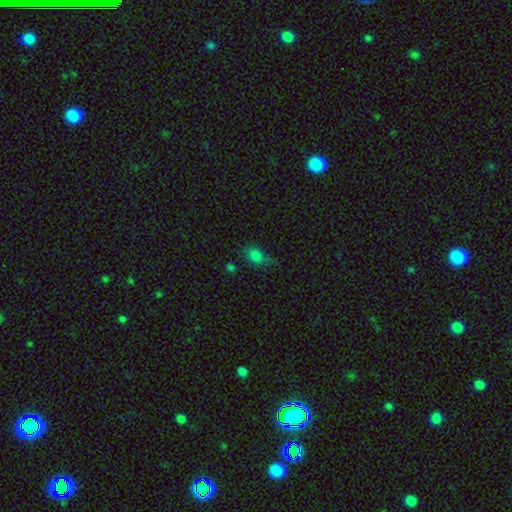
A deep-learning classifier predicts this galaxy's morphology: The model was most divided on "merging": none: 56%, minor disturbance: 32%, major disturbance: 9%, merger: 4%. More confident: smooth or featured — smooth (80%); how rounded — in between (80%).